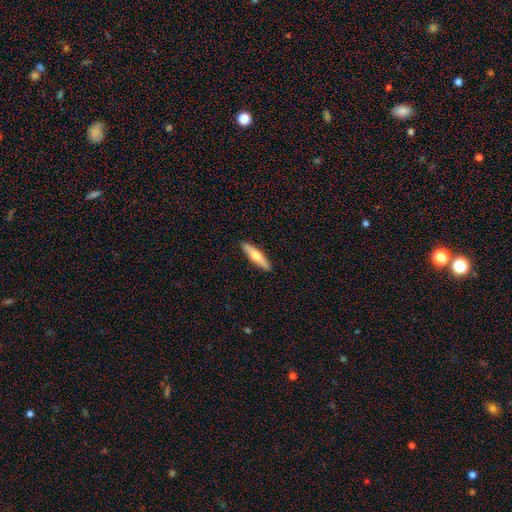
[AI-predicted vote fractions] Q: Smooth or featured?
A: smooth (54%); runner-up: featured or disk (41%)
Q: How rounded?
A: cigar-shaped (81%); runner-up: in between (17%)
Q: Merging?
A: none (91%); runner-up: minor disturbance (7%)